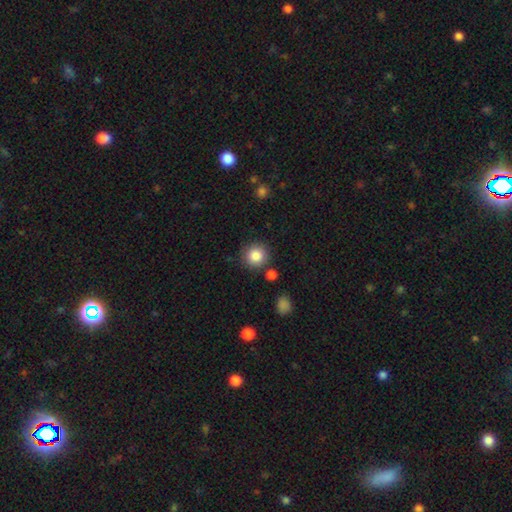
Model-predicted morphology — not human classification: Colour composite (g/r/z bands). It shows a smooth galaxy with no disk features (86%) that is round (92%). Merging: none (83%).